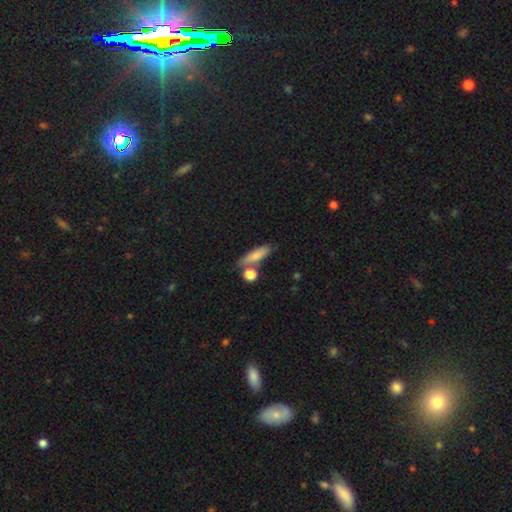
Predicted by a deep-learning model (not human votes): This is likely a smooth galaxy (79%). How rounded: possibly cigar-shaped (55%). Merging: likely none (64%).